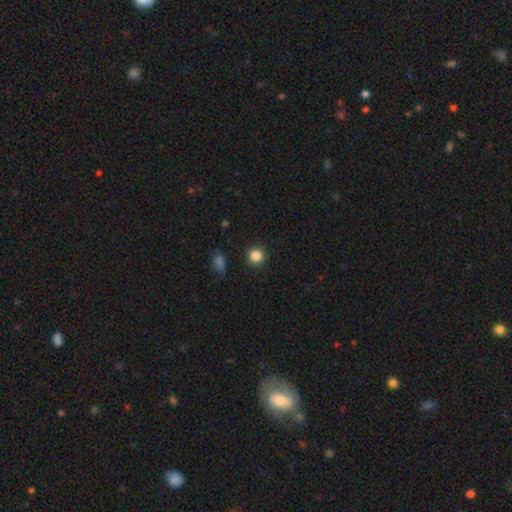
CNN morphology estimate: smooth 85%, star or artifact 11%, featured or disk 4%. Down the decision tree: how rounded — round (94%); merging — none (91%).